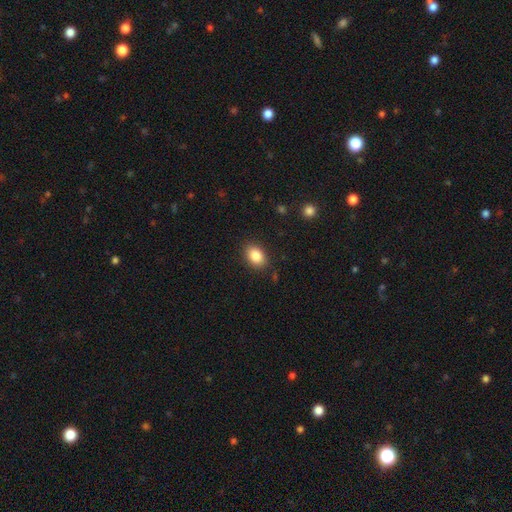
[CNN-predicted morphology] Smooth or featured: smooth — 86% (star or artifact — 8%)
How rounded: in between — 81% (round — 18%)
Merging: none — 87% (minor disturbance — 9%)